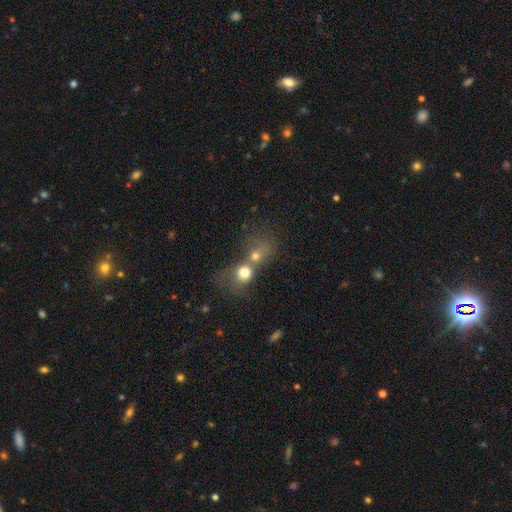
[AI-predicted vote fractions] Smooth or featured: smooth — 69% (featured or disk — 17%)
How rounded: round — 69% (in between — 30%)
Merging: merger — 69% (none — 18%)